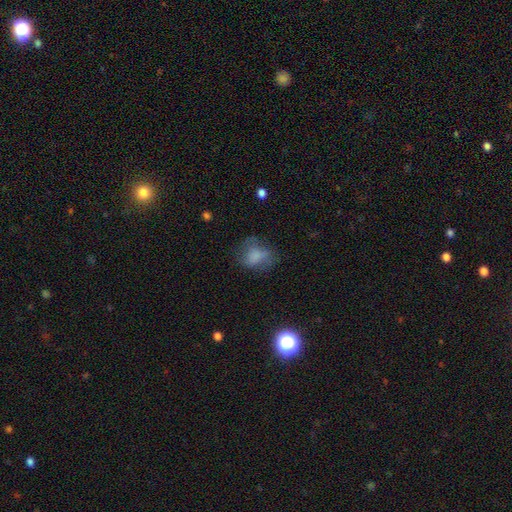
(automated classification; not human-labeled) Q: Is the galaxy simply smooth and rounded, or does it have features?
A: smooth — 67%.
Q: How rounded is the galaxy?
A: in between — 54%.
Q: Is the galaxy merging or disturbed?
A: none — 49%.